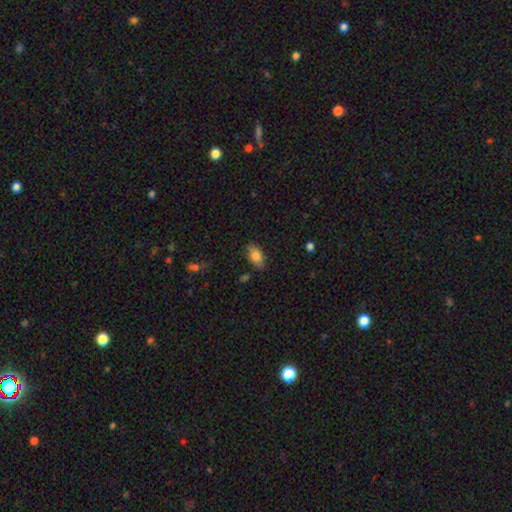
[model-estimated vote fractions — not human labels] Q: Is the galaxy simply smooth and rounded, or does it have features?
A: smooth — 82%.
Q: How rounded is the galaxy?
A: in between — 91%.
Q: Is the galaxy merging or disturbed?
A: none — 82%.